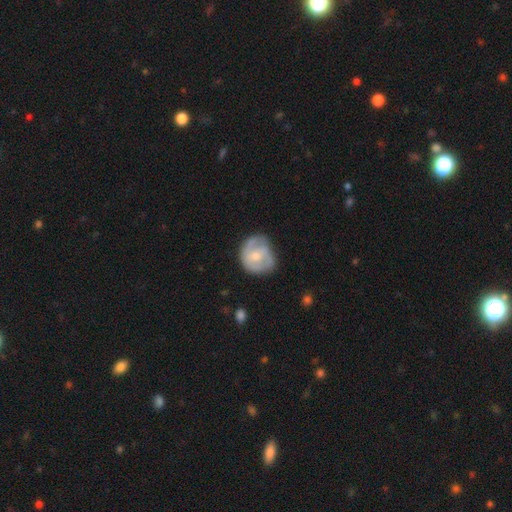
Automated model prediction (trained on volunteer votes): Smooth or featured?
  - featured or disk: 49% *
  - smooth: 45%
  - star or artifact: 6%
Merging?
  - none: 55% *
  - minor disturbance: 30%
  - major disturbance: 13%
  - merger: 2%